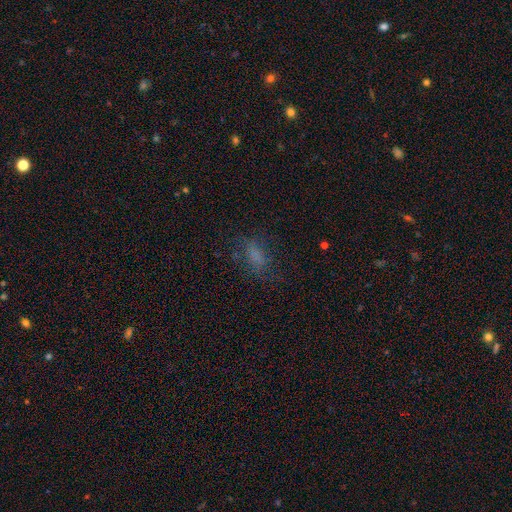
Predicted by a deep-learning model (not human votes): This appears to be a smooth galaxy with no disk features (64%) that is in between round and cigar-shaped (78%). Merging: none (61%).